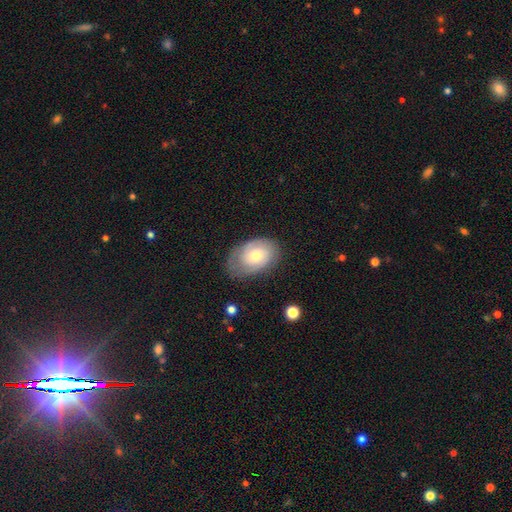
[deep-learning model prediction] Overall: smooth (48%; featured or disk 45%). Merging: none (67%).